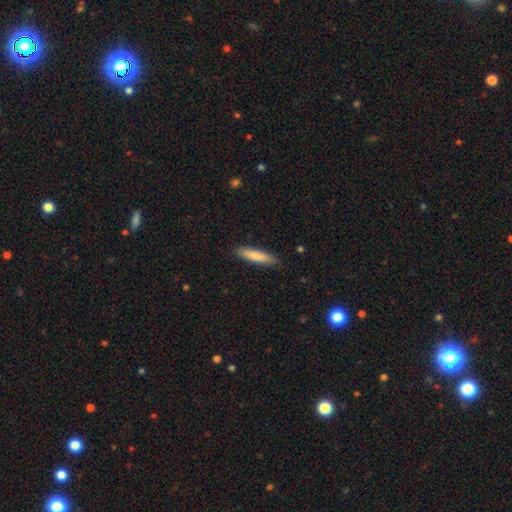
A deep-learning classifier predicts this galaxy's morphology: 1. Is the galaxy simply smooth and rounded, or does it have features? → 81% smooth, 13% featured or disk, 5% star or artifact.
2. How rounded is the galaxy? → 82% cigar-shaped, 17% in between, 1% round.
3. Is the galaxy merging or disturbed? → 87% none, 10% minor disturbance, 2% major disturbance, 1% merger.